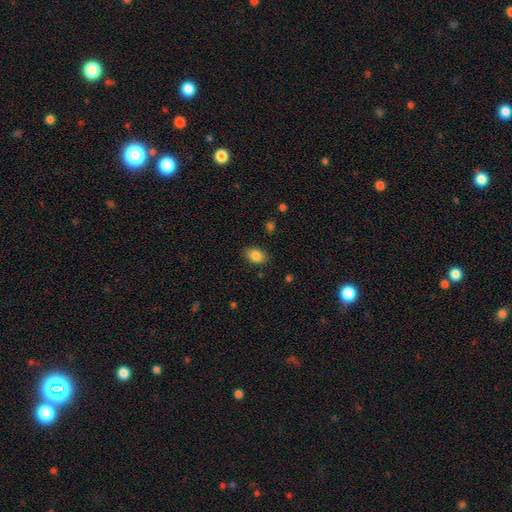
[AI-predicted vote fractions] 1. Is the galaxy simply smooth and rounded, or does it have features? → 84% smooth, 9% star or artifact, 7% featured or disk.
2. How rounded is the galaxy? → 79% in between, 20% round, 1% cigar-shaped.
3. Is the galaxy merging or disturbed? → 84% none, 11% minor disturbance, 3% major disturbance, 1% merger.